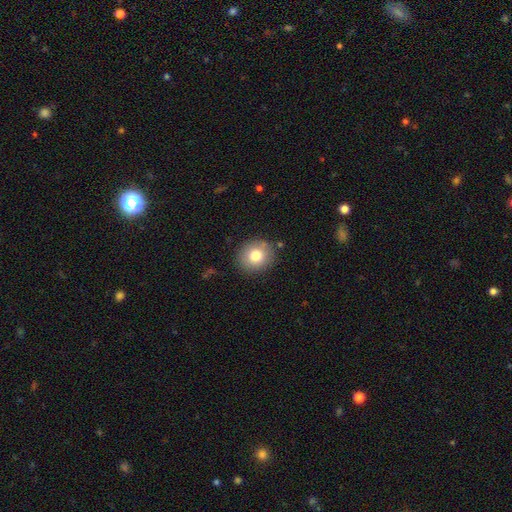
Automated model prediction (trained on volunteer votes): Q: Smooth or featured?
A: smooth (79%); runner-up: featured or disk (12%)
Q: How rounded?
A: round (81%); runner-up: in between (18%)
Q: Merging?
A: none (86%); runner-up: minor disturbance (9%)